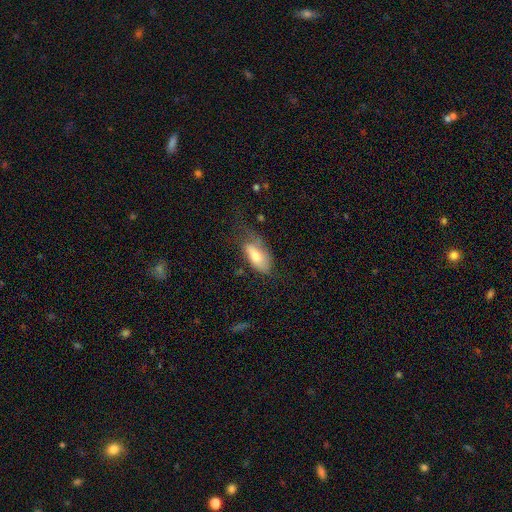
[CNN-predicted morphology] Q: Smooth or featured?
A: smooth (69%); runner-up: featured or disk (24%)
Q: How rounded?
A: in between (88%); runner-up: cigar-shaped (10%)
Q: Merging?
A: none (34%); runner-up: minor disturbance (32%)